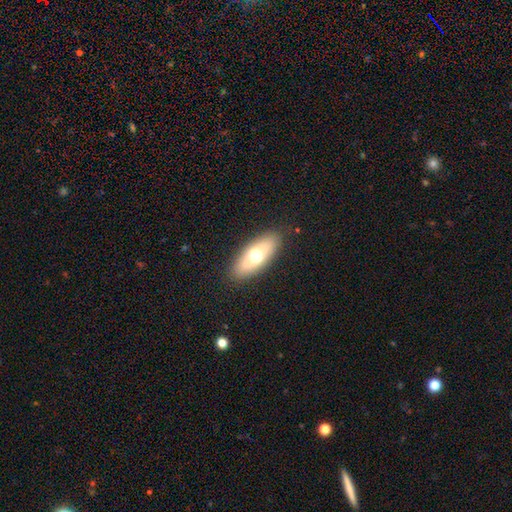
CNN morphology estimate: smooth 62%, featured or disk 30%, star or artifact 8%. Down the decision tree: how rounded — in between (75%); merging — none (86%).